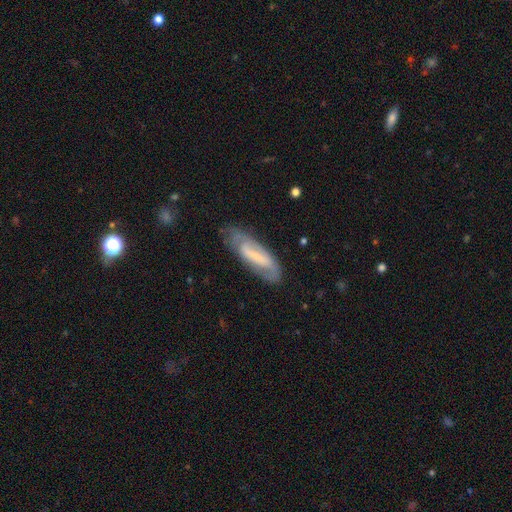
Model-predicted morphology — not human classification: featured or disk 60%, smooth 33%, star or artifact 7%. Down the decision tree: edge-on disk — no (81%); merging — none (64%).